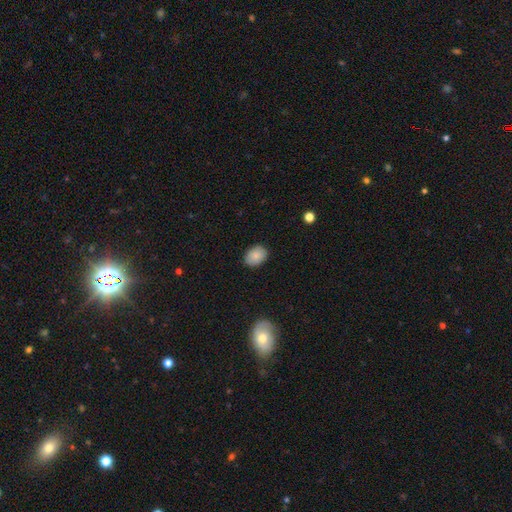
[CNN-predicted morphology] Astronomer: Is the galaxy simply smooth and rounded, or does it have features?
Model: smooth — 85%.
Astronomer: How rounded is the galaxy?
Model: in between — 71%.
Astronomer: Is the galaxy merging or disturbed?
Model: none — 86%.